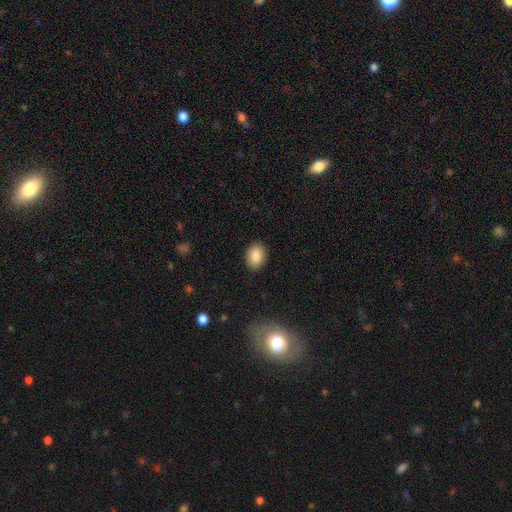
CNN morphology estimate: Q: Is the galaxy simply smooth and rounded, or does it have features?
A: smooth — 87%.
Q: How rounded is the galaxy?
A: in between — 80%.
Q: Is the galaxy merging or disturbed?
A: none — 88%.